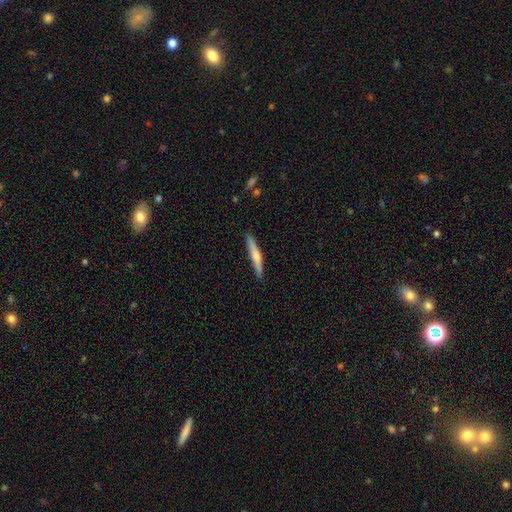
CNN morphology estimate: Smooth or featured: smooth — 59% (featured or disk — 36%)
How rounded: cigar-shaped — 94% (in between — 5%)
Merging: none — 88% (minor disturbance — 9%)